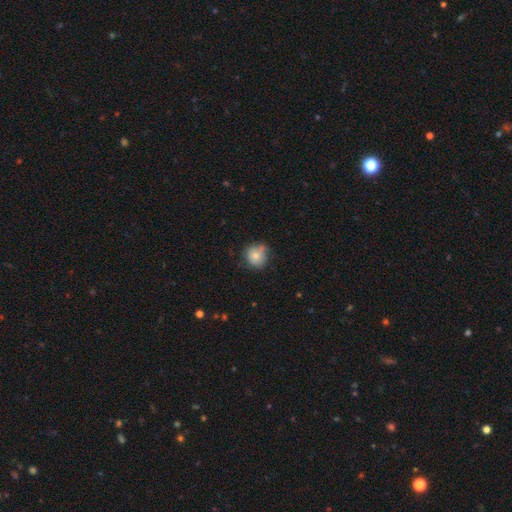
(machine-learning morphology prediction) Smooth or featured: smooth — 77% (featured or disk — 14%)
How rounded: round — 85% (in between — 14%)
Merging: none — 63% (minor disturbance — 25%)